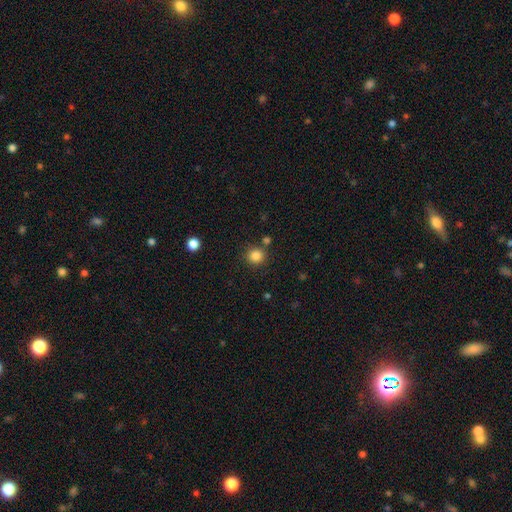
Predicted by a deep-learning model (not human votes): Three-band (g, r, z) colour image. It shows a smooth galaxy with no disk features (85%) that is round (92%). Merging: none (83%).